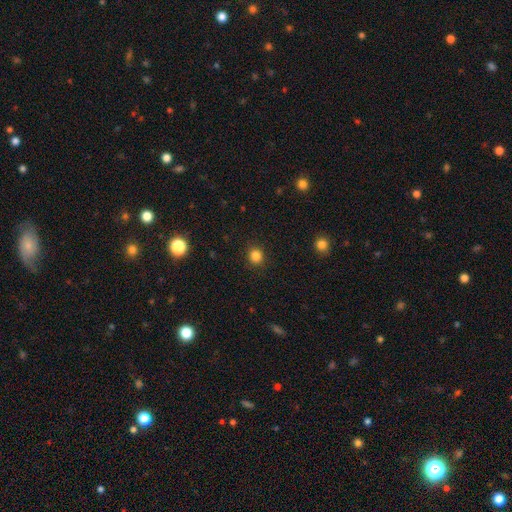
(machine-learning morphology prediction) This is clearly a smooth galaxy (84%). How rounded: clearly round (87%). Merging: clearly none (90%).